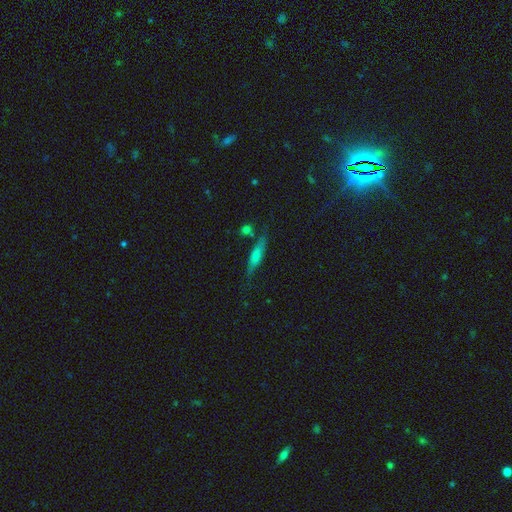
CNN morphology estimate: Q: Smooth or featured?
A: featured or disk (49%); runner-up: smooth (40%)
Q: Merging?
A: none (75%); runner-up: minor disturbance (16%)